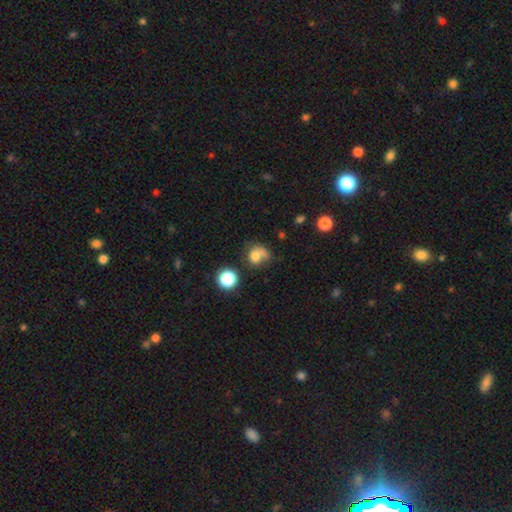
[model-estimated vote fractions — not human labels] smooth 70%, featured or disk 17%, star or artifact 13%. Down the decision tree: how rounded — round (68%); merging — none (36%).